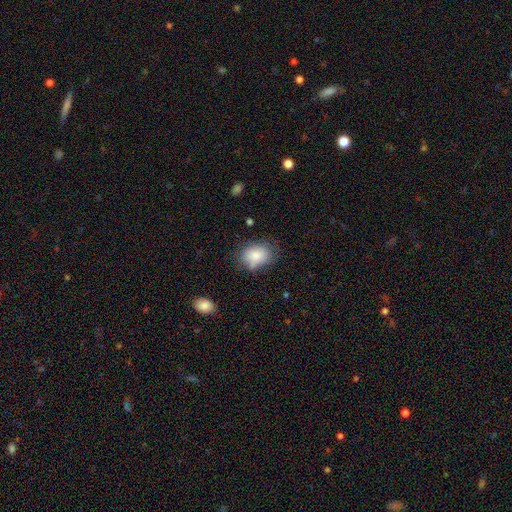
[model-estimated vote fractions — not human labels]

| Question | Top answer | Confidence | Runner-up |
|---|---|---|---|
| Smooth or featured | smooth | 83% | featured or disk (9%) |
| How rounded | in between | 72% | round (27%) |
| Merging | none | 61% | minor disturbance (26%) |